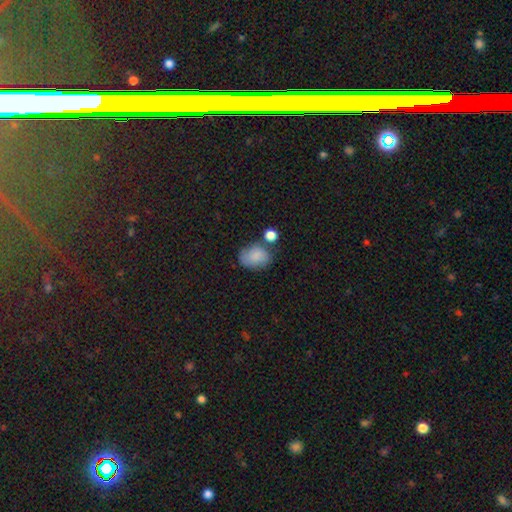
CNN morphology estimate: smooth_or_featured: smooth (p=0.81) [alt: featured or disk p=0.10]
how_rounded: in between (p=0.66) [alt: round p=0.33]
merging: none (p=0.56) [alt: minor disturbance p=0.23]